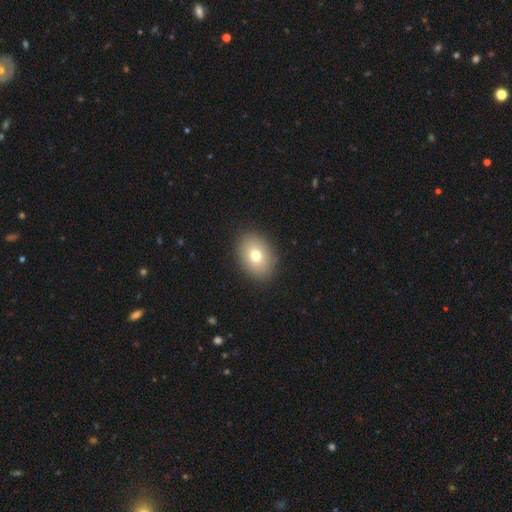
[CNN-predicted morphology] smooth-or-featured: smooth: 74% | featured or disk: 16% | star or artifact: 11%
  how-rounded: in between: 68% | round: 31% | cigar-shaped: 1%
  merging: none: 89% | minor disturbance: 8% | major disturbance: 2% | merger: 1%